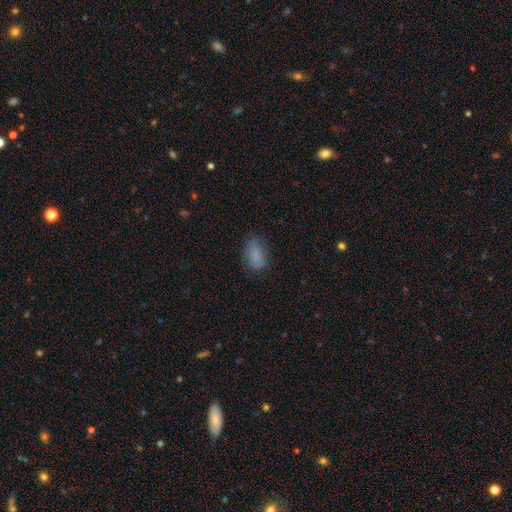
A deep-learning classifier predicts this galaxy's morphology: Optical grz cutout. It shows a smooth galaxy with no disk features (80%) that is in between round and cigar-shaped (87%). Merging: none (66%).